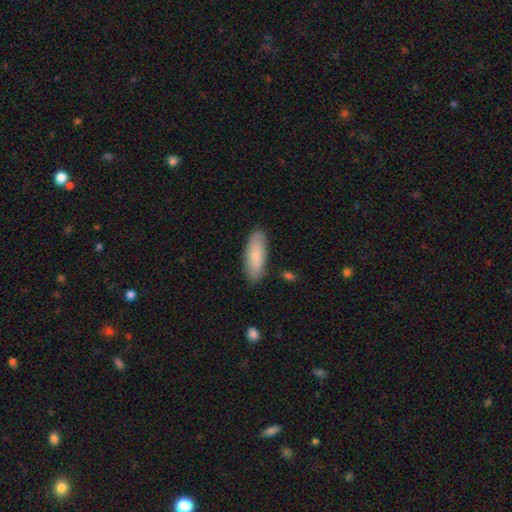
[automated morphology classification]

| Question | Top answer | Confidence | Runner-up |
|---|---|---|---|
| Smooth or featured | smooth | 80% | featured or disk (15%) |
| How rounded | in between | 71% | cigar-shaped (27%) |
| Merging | none | 84% | minor disturbance (12%) |